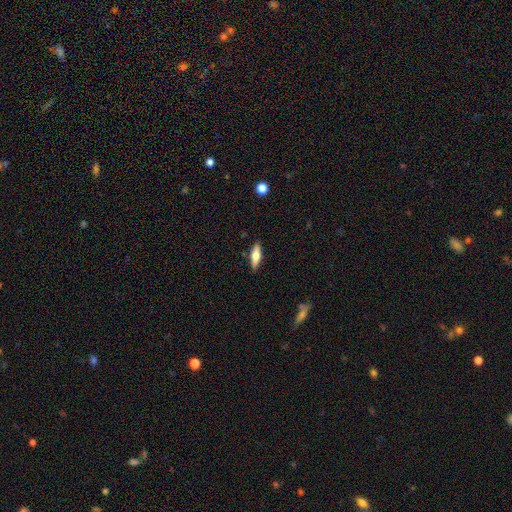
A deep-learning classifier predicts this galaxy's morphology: The model was most divided on "how rounded" (2-way tie): in between: 49%, cigar-shaped: 49%, round: 3%. More confident: merging — none (88%); smooth or featured — smooth (55%).